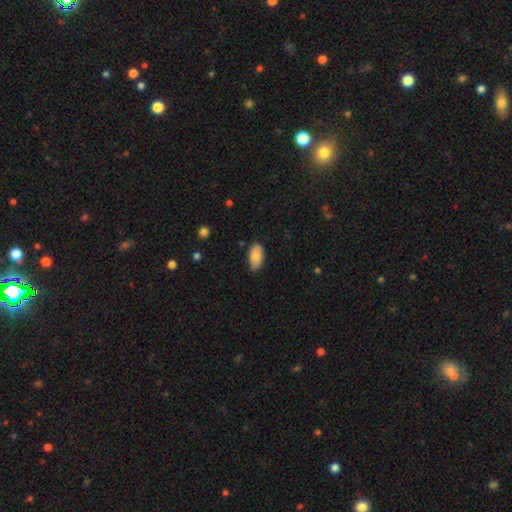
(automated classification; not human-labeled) Smooth or featured? smooth (82%)
How rounded? in between (93%)
Merging? none (79%)